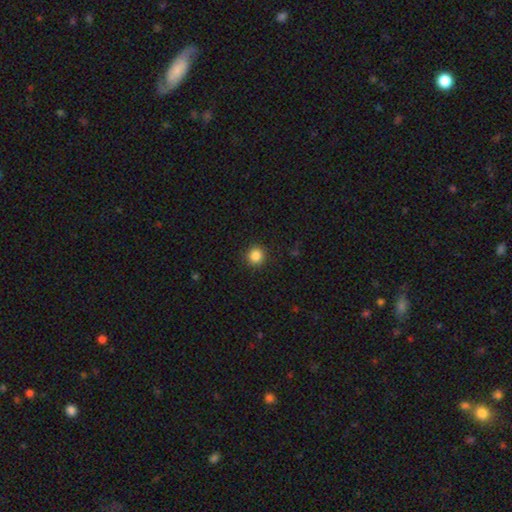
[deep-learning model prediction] Smooth or featured? smooth (85%)
How rounded? round (92%)
Merging? none (91%)